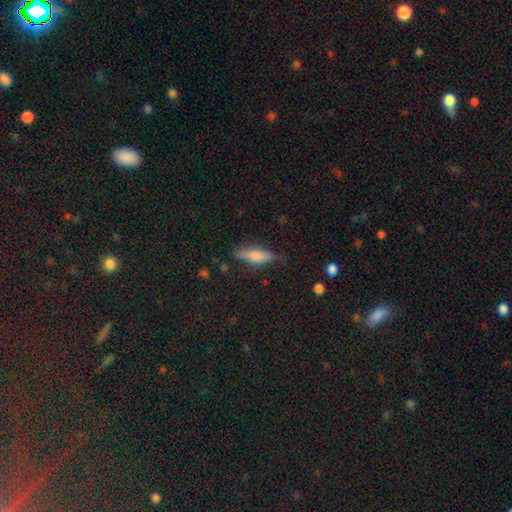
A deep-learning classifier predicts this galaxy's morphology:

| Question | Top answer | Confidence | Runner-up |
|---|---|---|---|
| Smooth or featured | smooth | 59% | featured or disk (33%) |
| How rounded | cigar-shaped | 62% | in between (36%) |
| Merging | none | 78% | minor disturbance (16%) |